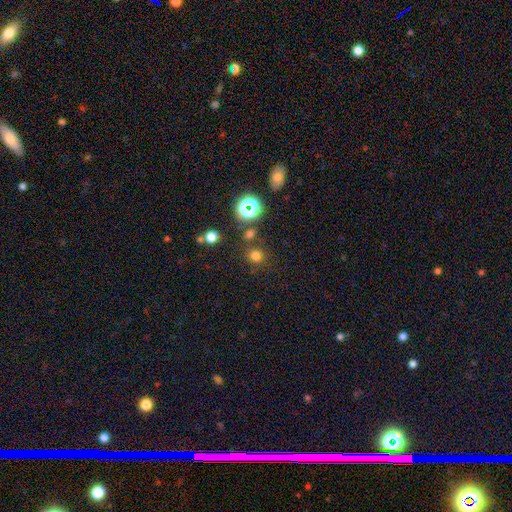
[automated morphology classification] This appears to be a smooth galaxy with no disk features (69%) that is round (92%). Merging: none (79%).